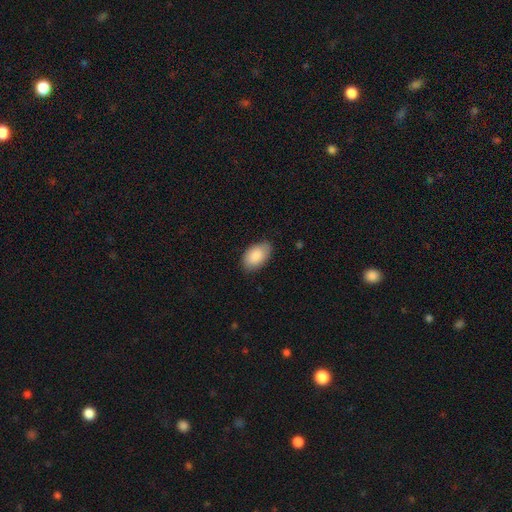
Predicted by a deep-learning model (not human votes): smooth 87%, featured or disk 7%, star or artifact 6%. Down the decision tree: how rounded — in between (93%); merging — none (79%).